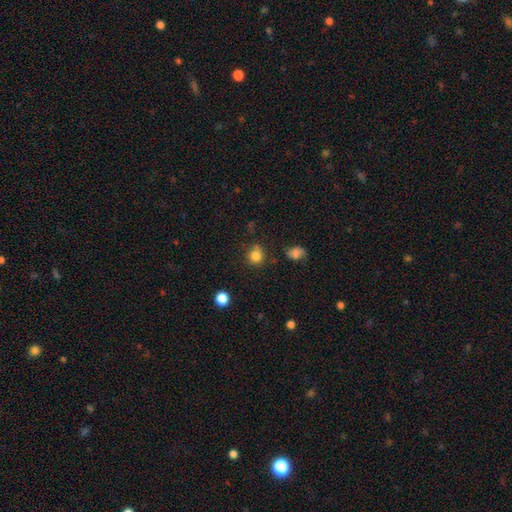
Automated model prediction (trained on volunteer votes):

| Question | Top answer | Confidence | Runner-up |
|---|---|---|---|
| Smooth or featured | smooth | 82% | star or artifact (12%) |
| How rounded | round | 85% | in between (14%) |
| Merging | none | 74% | minor disturbance (17%) |